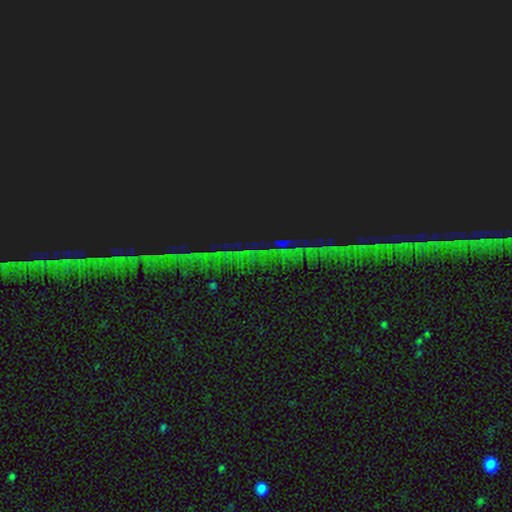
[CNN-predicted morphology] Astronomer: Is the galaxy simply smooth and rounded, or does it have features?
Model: star or artifact — 88%.